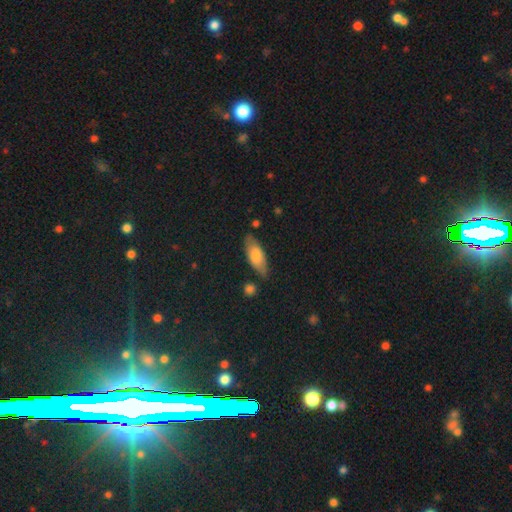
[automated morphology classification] smooth_or_featured: smooth (p=0.71) [alt: featured or disk p=0.22]
how_rounded: in between (p=0.74) [alt: cigar-shaped p=0.23]
merging: none (p=0.77) [alt: minor disturbance p=0.17]